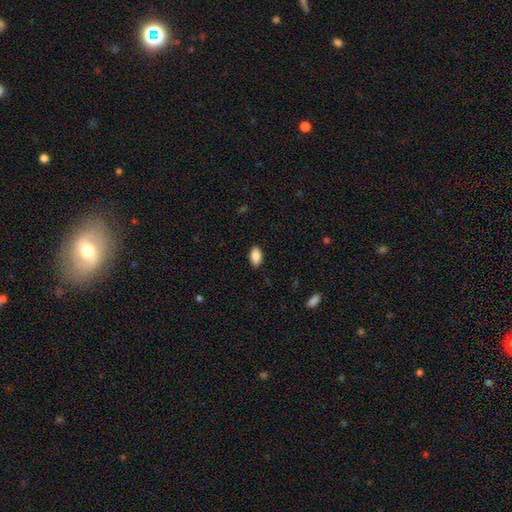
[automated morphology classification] Smooth or featured: smooth — 88% (star or artifact — 7%)
How rounded: in between — 93% (round — 4%)
Merging: none — 89% (minor disturbance — 8%)